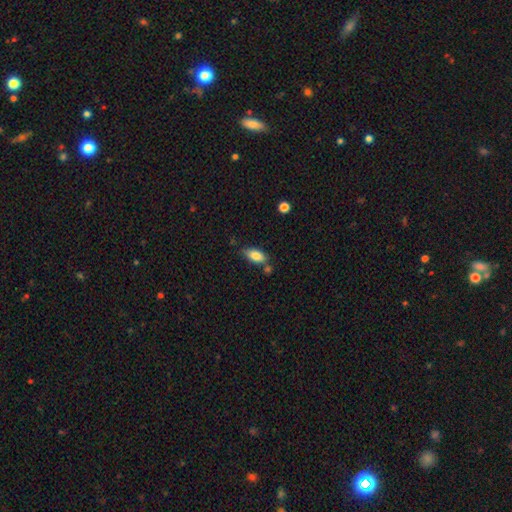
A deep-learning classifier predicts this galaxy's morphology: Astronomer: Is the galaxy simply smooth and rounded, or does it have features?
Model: smooth — 83%.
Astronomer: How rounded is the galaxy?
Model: in between — 87%.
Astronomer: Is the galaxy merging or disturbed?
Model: none — 67%.